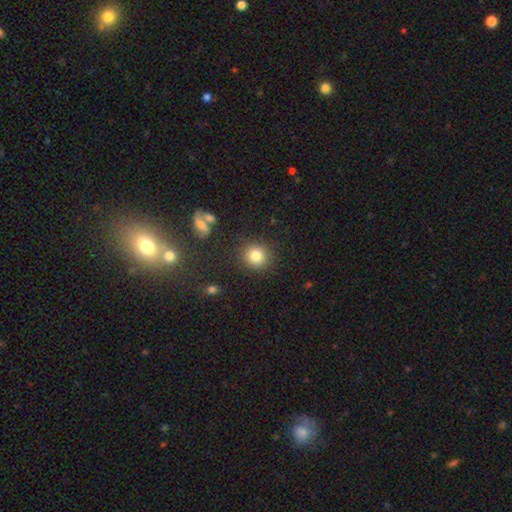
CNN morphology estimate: A smooth galaxy with no disk features (82%) that is round (88%).

Vote fractions:
- Smooth or featured? smooth: 82% / star or artifact: 11% / featured or disk: 7%
- How rounded? round: 88% / in between: 11% / cigar-shaped: 1%
- Merging? none: 87% / minor disturbance: 8% / major disturbance: 3% / merger: 2%